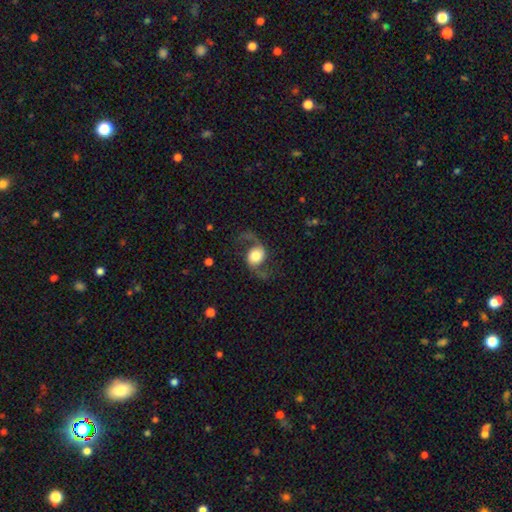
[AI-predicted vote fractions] This is clearly a featured or disk galaxy (82%). It is clearly not viewed edge-on (97%). Bar: likely no (63%). Spiral arm pattern: clearly yes (95%). Spiral arm count: clearly 2 (94%). Spiral winding: clearly loose (80%). Central bulge: marginally large (43%). Merging: likely none (73%).